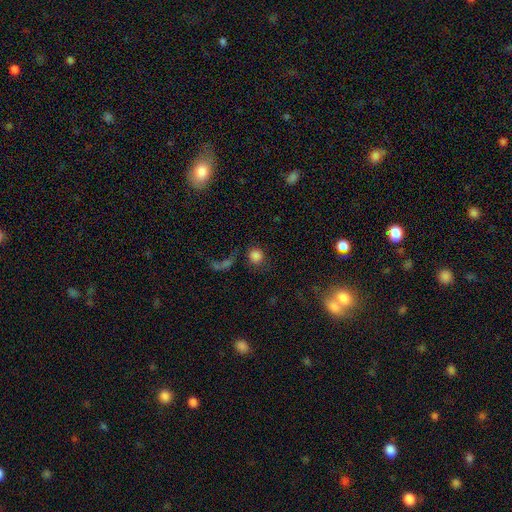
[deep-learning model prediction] This is likely a smooth galaxy (80%). How rounded: clearly round (89%). Merging: likely none (60%).